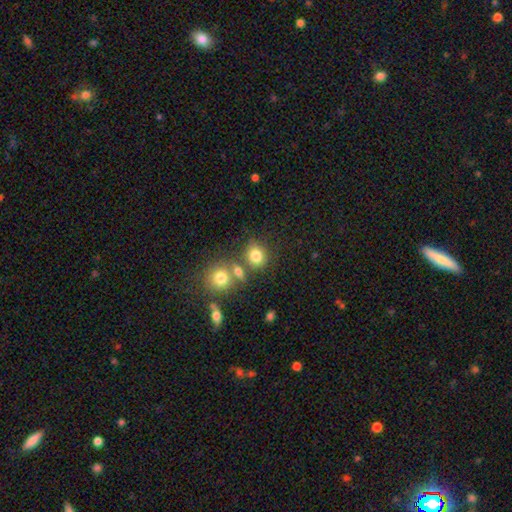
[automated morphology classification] Smooth or featured: smooth — 79% (star or artifact — 14%)
How rounded: round — 67% (in between — 32%)
Merging: none — 63% (merger — 21%)